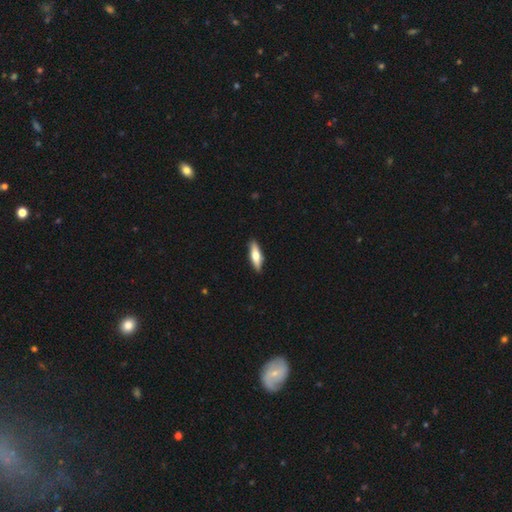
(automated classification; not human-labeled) Smooth or featured? Predicted: smooth (p=0.57). How rounded? Predicted: cigar-shaped (p=0.60). Merging? Predicted: none (p=0.90).